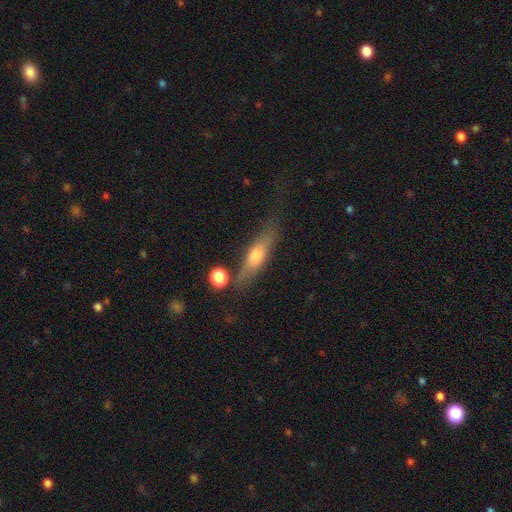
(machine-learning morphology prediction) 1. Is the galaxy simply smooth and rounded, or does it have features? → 48% smooth, 44% featured or disk, 8% star or artifact.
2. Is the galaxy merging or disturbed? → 68% none, 19% minor disturbance, 7% major disturbance, 6% merger.